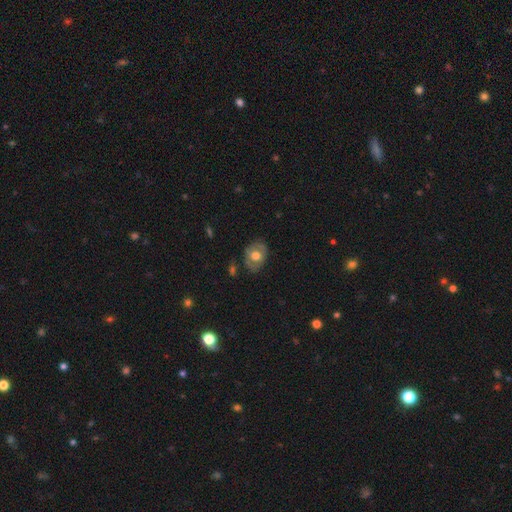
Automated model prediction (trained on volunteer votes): Q: Smooth or featured?
A: smooth (53%); runner-up: featured or disk (40%)
Q: How rounded?
A: in between (63%); runner-up: round (36%)
Q: Merging?
A: none (74%); runner-up: minor disturbance (18%)